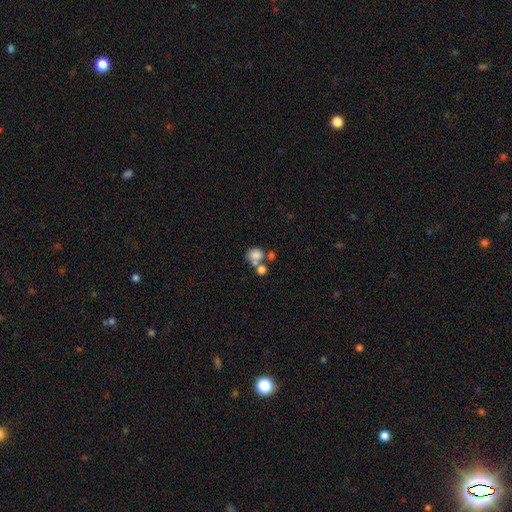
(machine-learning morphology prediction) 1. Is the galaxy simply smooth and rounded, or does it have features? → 78% smooth, 11% featured or disk, 11% star or artifact.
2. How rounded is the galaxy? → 76% round, 23% in between, 1% cigar-shaped.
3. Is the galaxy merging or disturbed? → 45% merger, 38% none, 10% minor disturbance, 6% major disturbance.